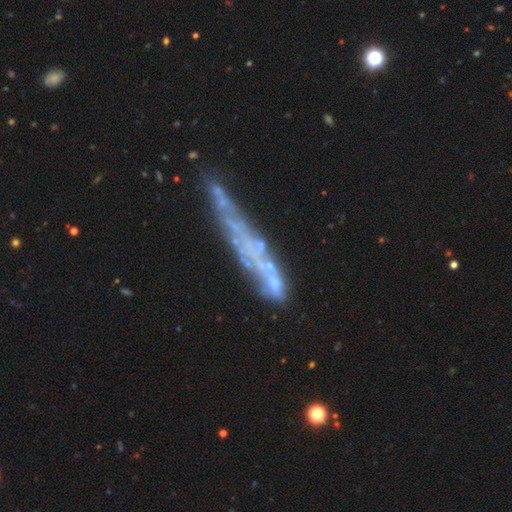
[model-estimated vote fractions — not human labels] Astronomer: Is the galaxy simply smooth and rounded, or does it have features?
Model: featured or disk — 55%.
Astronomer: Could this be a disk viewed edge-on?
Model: yes — 66%.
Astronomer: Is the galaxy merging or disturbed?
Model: none — 57%.